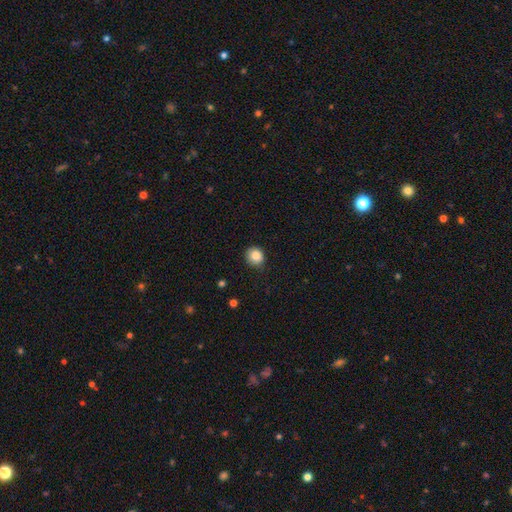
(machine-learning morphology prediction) Q: Smooth or featured?
A: smooth (86%); runner-up: star or artifact (9%)
Q: How rounded?
A: round (80%); runner-up: in between (19%)
Q: Merging?
A: none (84%); runner-up: minor disturbance (13%)